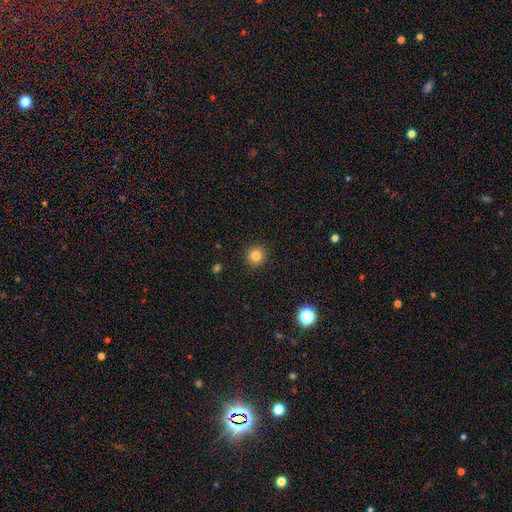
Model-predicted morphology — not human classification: Smooth or featured? smooth (83%)
How rounded? round (93%)
Merging? none (92%)